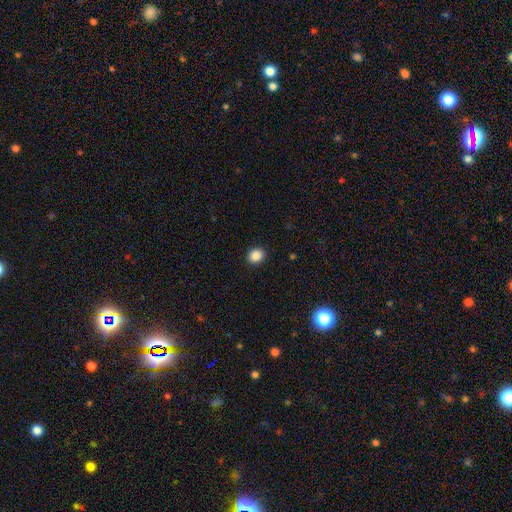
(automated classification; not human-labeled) This appears to be a smooth galaxy with no disk features (87%) that is round (75%). Merging: none (92%).